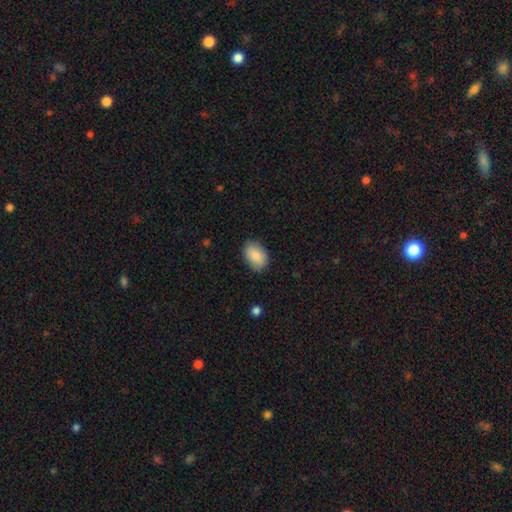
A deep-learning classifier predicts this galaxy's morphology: smooth 87%, star or artifact 7%, featured or disk 6%. Down the decision tree: how rounded — in between (86%); merging — none (84%).